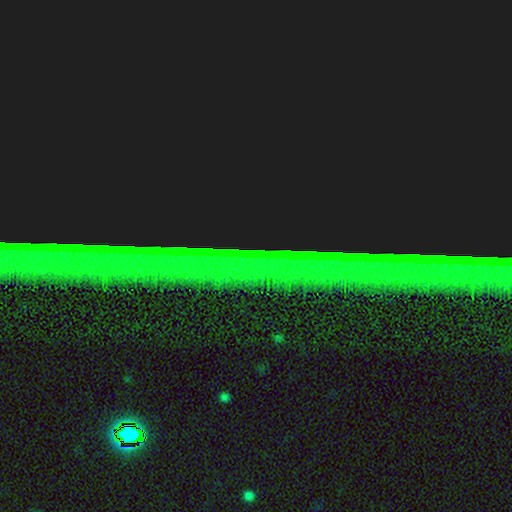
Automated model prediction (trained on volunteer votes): Overall: star or artifact (83%).